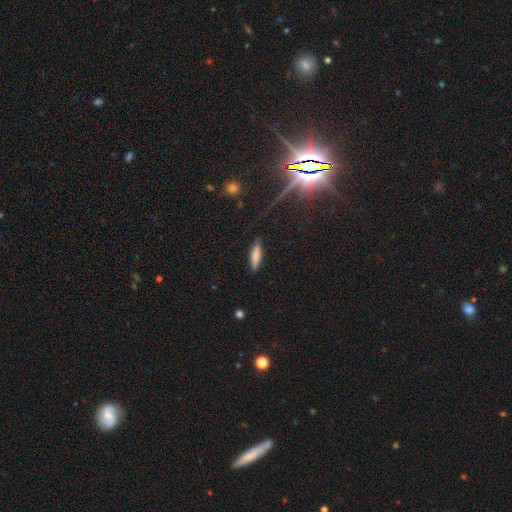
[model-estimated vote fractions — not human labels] This appears to be a smooth galaxy with no disk features (79%) that is cigar-shaped (72%). Merging: none (84%).